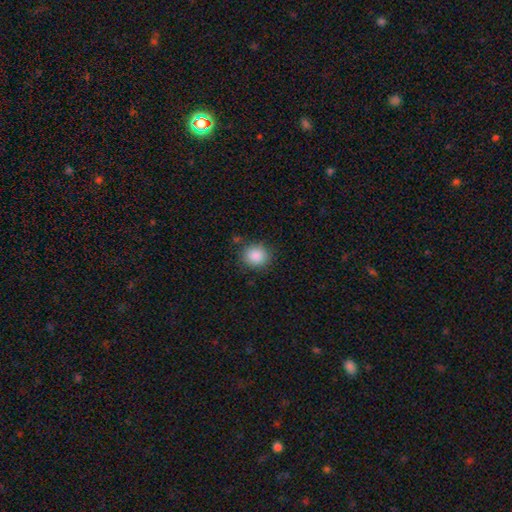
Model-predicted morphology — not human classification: Smooth or featured? Predicted: smooth (p=0.88). How rounded? Predicted: round (p=0.81). Merging? Predicted: none (p=0.83).